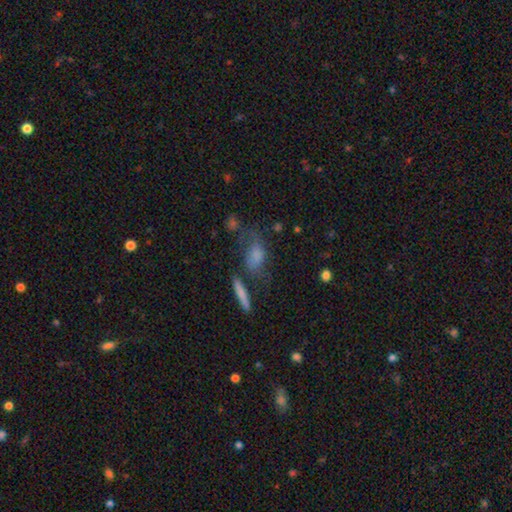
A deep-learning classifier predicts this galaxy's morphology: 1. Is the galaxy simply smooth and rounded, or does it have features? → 60% smooth, 27% featured or disk, 13% star or artifact.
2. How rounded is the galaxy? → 75% in between, 14% round, 11% cigar-shaped.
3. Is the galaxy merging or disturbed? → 44% none, 23% minor disturbance, 20% major disturbance, 13% merger.